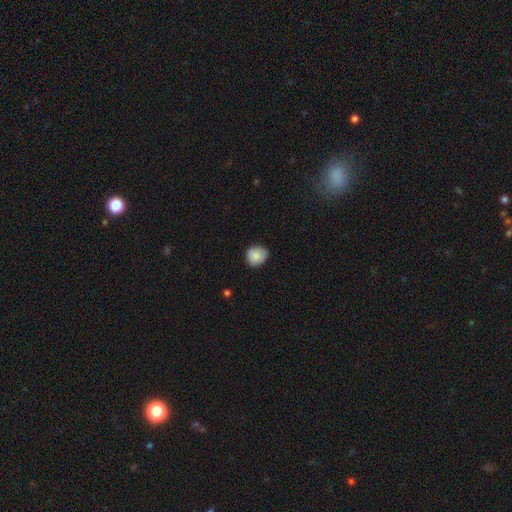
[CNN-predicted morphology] Q: Smooth or featured?
A: smooth (87%); runner-up: star or artifact (7%)
Q: How rounded?
A: round (74%); runner-up: in between (25%)
Q: Merging?
A: none (80%); runner-up: minor disturbance (17%)